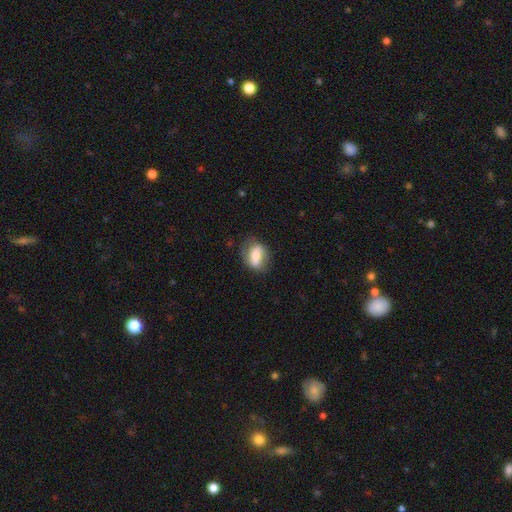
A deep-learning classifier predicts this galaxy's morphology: Smooth or featured: smooth — 53% (featured or disk — 40%)
How rounded: in between — 77% (round — 18%)
Merging: none — 69% (minor disturbance — 21%)